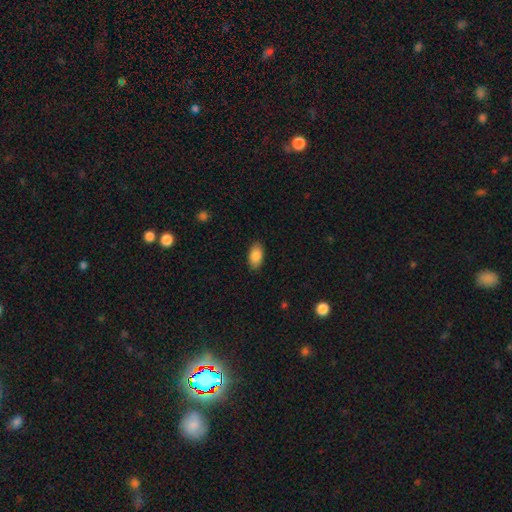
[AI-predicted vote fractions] Morphology: type=smooth (88%); roundness=in between (94%); merging=none (88%).